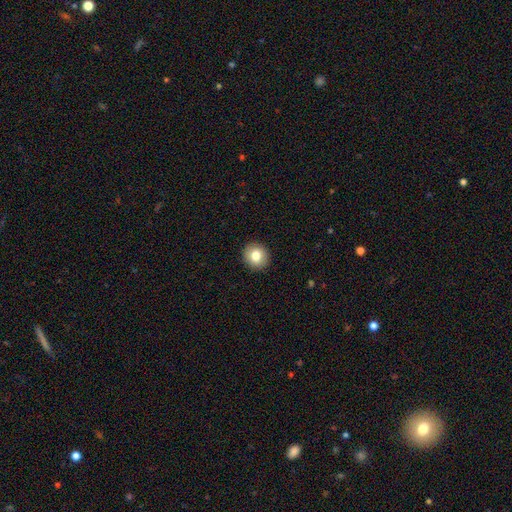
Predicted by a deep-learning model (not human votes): This appears to be a smooth galaxy with no disk features (82%) that is round (89%). Merging: none (92%).